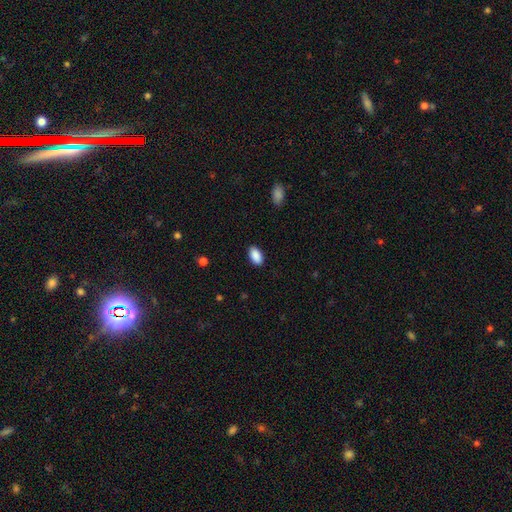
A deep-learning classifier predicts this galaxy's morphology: This appears to be a smooth galaxy with no disk features (90%) that is in between round and cigar-shaped (94%). Merging: none (88%).